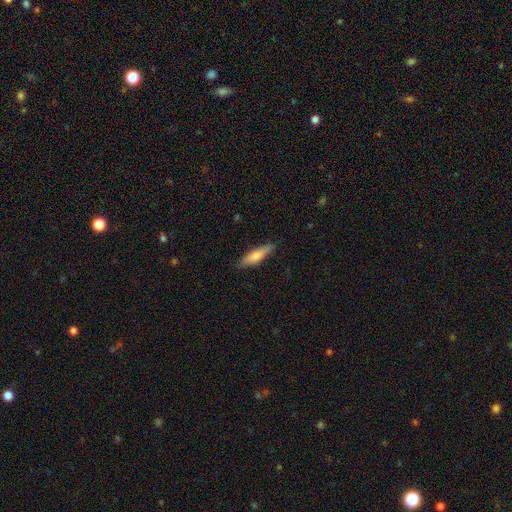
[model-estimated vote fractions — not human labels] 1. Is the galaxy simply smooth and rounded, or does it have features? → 67% smooth, 28% featured or disk, 6% star or artifact.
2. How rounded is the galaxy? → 74% cigar-shaped, 24% in between, 2% round.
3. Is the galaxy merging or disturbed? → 85% none, 11% minor disturbance, 2% major disturbance, 1% merger.